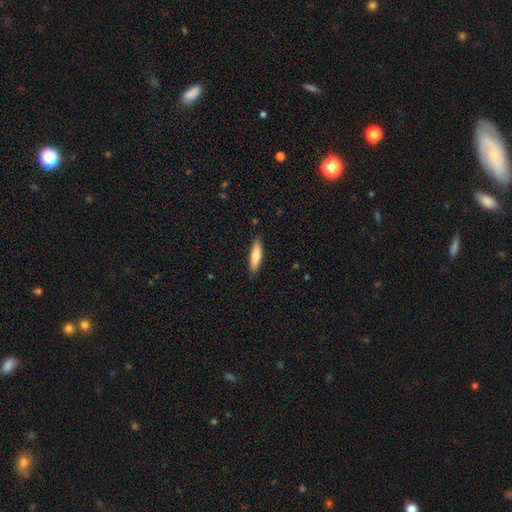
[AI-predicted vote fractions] Q: Smooth or featured?
A: smooth (73%); runner-up: featured or disk (21%)
Q: How rounded?
A: cigar-shaped (72%); runner-up: in between (26%)
Q: Merging?
A: none (87%); runner-up: minor disturbance (10%)